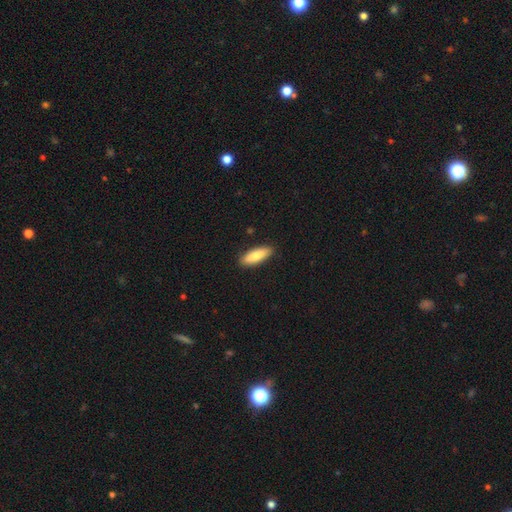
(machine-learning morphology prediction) This is clearly a smooth galaxy (82%). How rounded: likely in between (62%). Merging: clearly none (89%).